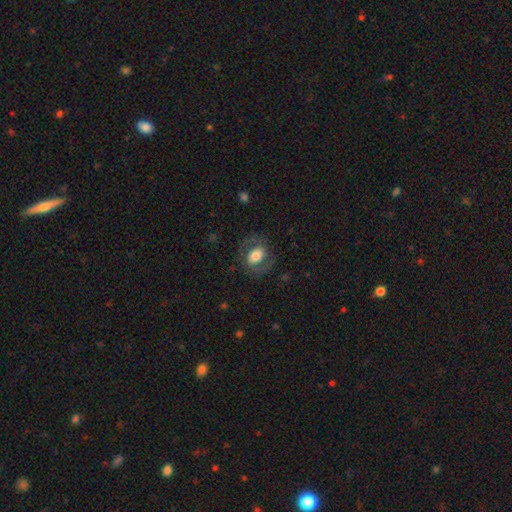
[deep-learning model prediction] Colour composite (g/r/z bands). It shows a featured or disk galaxy (50%). Merging: none (75%).